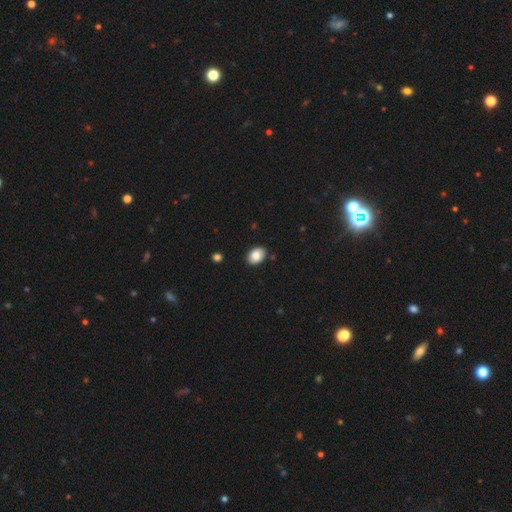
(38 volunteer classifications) Q: Smooth or featured?
A: smooth (74%); runner-up: featured or disk (21%)
Q: How rounded?
A: in between (82%); runner-up: round (18%)
Q: Merging?
A: none (81%); runner-up: minor disturbance (11%)